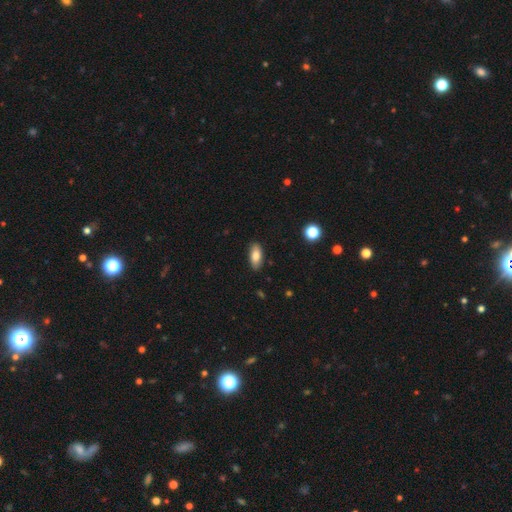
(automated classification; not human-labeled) smooth 82%, featured or disk 11%, star or artifact 7%. Down the decision tree: how rounded — in between (84%); merging — none (87%).